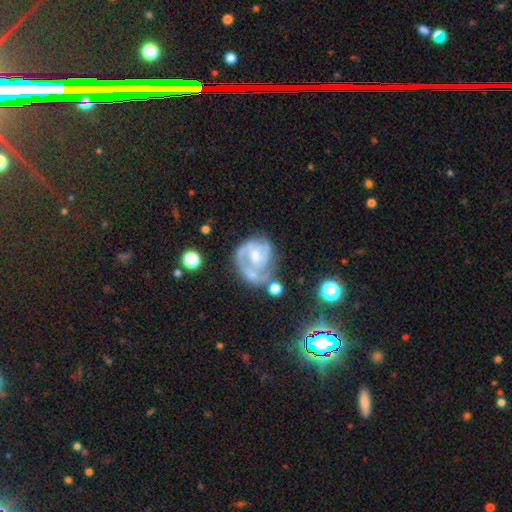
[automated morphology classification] This appears to be a featured or disk galaxy (72%) with no bar (56%), 2 (33%) tight (48%) spiral arms (73%) and a moderate central bulge (43%). Merging: none (39%).